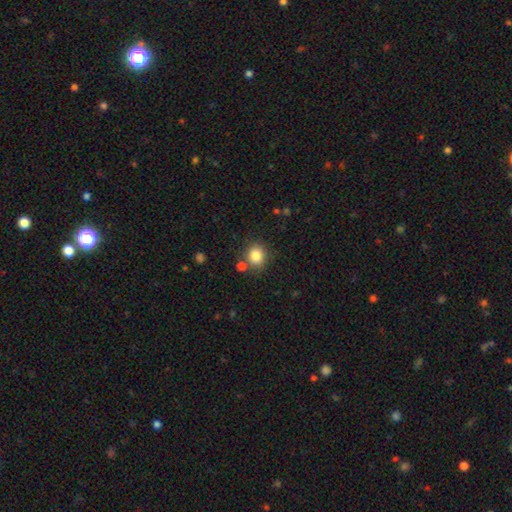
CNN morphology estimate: Overall: smooth (84%). How rounded: round (78%). Merging: none (77%).